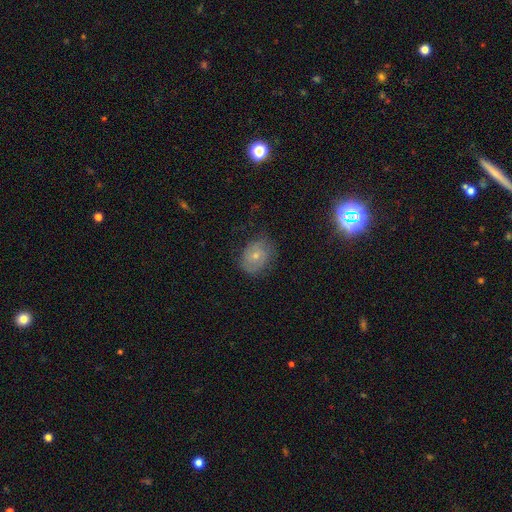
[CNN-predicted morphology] smooth 48%, featured or disk 42%, star or artifact 11%. Down the decision tree: merging — none (68%).